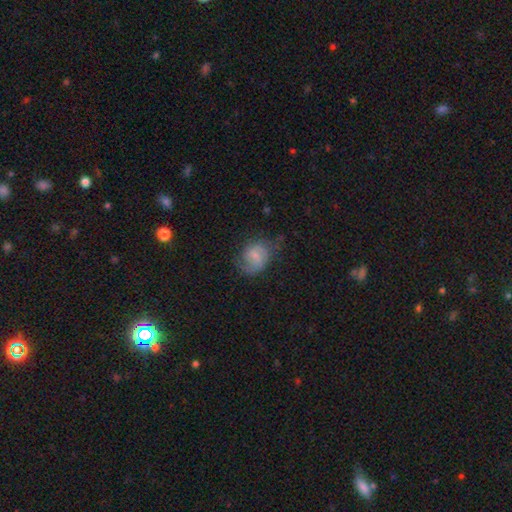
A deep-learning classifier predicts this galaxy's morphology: Smooth or featured? Predicted: featured or disk (p=0.50). Merging? Predicted: none (p=0.52).